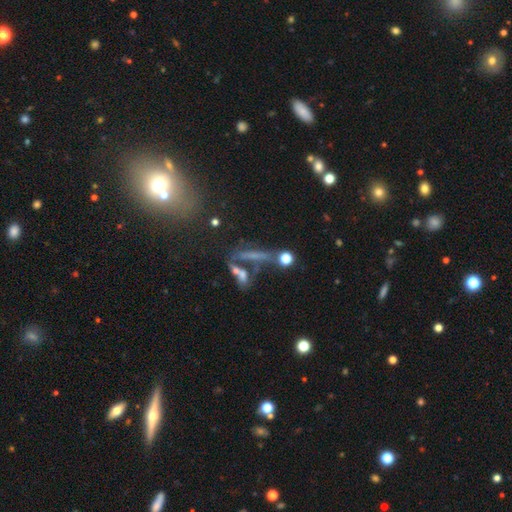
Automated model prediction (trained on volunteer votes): This appears to be a smooth galaxy with no disk features (39%). Merging: none (48%).